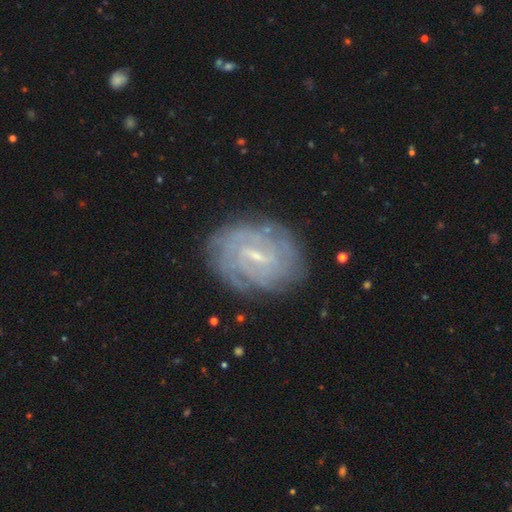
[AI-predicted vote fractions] featured or disk 80%, smooth 12%, star or artifact 8%. Down the decision tree: edge-on disk — no (96%); bar — weak (54%); spiral arms — yes (89%); spiral arm count — can't tell (50%); spiral winding — tight (74%); bulge size — small (69%); merging — none (79%).